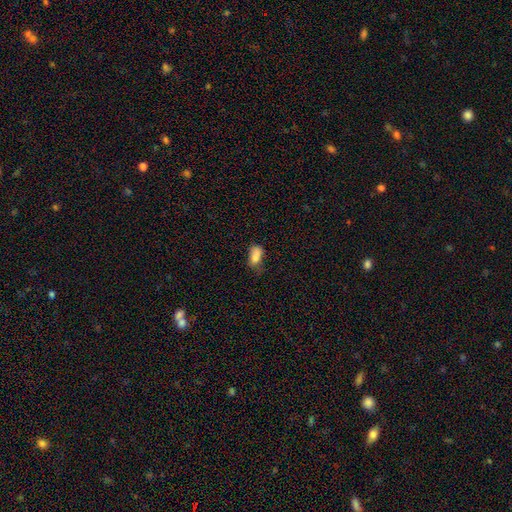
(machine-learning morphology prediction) smooth_or_featured: smooth (p=0.80) [alt: star or artifact p=0.10]
how_rounded: in between (p=0.87) [alt: round p=0.07]
merging: none (p=0.41) [alt: minor disturbance p=0.32]